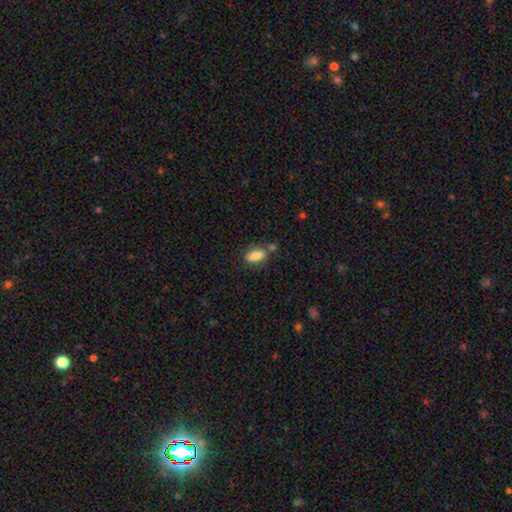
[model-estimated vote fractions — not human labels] smooth 81%, featured or disk 10%, star or artifact 8%. Down the decision tree: how rounded — in between (84%); merging — none (61%).